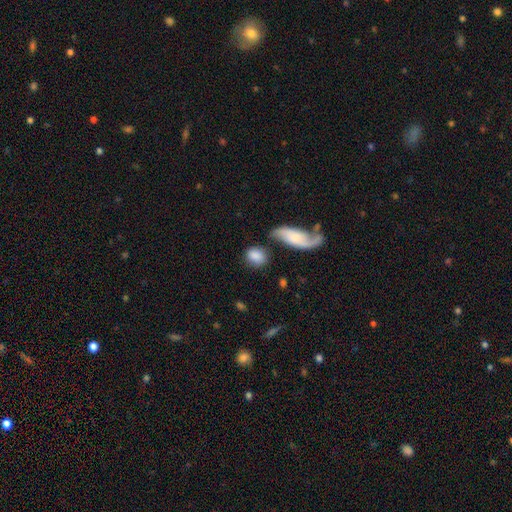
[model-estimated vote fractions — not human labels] Smooth or featured? smooth (79%)
How rounded? in between (62%)
Merging? none (57%)